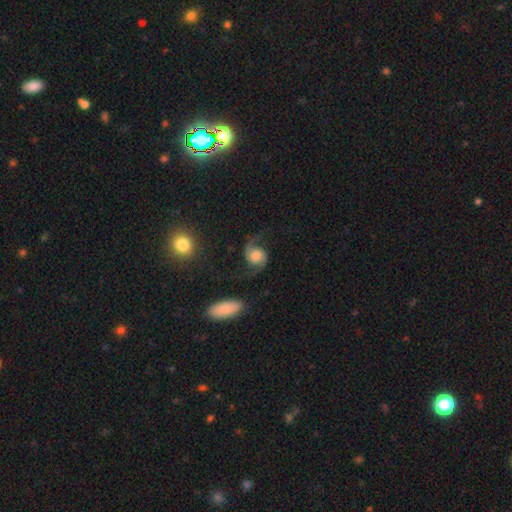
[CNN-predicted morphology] Smooth or featured: featured or disk — 79% (smooth — 14%)
Edge-on disk: no — 98% (yes — 2%)
Bar: no — 65% (weak — 28%)
Spiral arms: yes — 96% (no — 4%)
Spiral winding: loose — 54% (medium — 37%)
Spiral arm count: 2 — 92% (1 — 4%)
Bulge size: moderate — 39% (large — 27%)
Merging: none — 69% (minor disturbance — 16%)